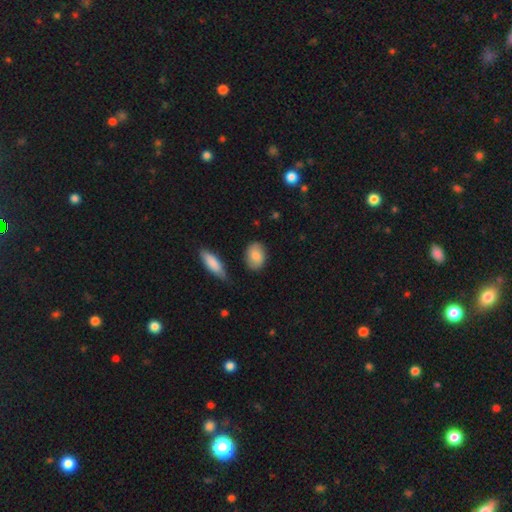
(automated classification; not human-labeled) A smooth galaxy with no disk features (83%) that is in between round and cigar-shaped (73%).

Vote fractions:
- Smooth or featured? smooth: 83% / featured or disk: 10% / star or artifact: 6%
- How rounded? in between: 73% / round: 24% / cigar-shaped: 3%
- Merging? none: 81% / minor disturbance: 13% / major disturbance: 3% / merger: 3%